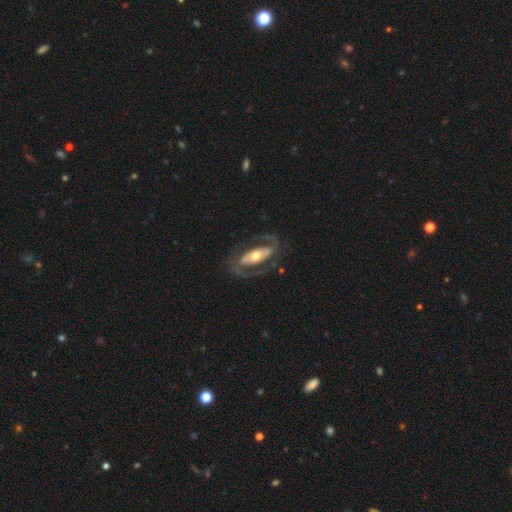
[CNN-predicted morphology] A featured or disk galaxy (81%) with a strong bar (42%), 2 (87%) medium (48%) spiral arms (80%) and a moderate central bulge (66%). Merging: none (74%).